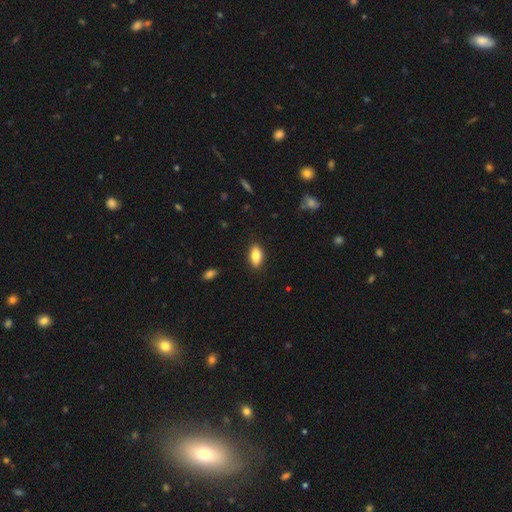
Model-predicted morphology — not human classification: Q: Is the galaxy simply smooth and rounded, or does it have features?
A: smooth — 83%.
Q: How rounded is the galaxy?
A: in between — 89%.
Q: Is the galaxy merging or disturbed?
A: none — 88%.